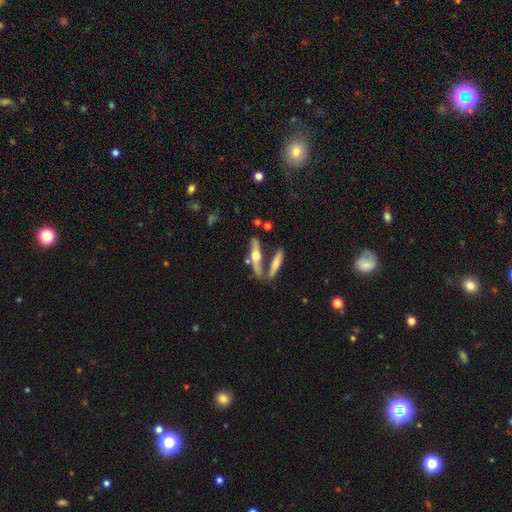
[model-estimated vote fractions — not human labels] Smooth or featured? featured or disk (63%)
Edge-on disk? yes (89%)
Edge-on bulge? rounded (94%)
Merging? none (60%)